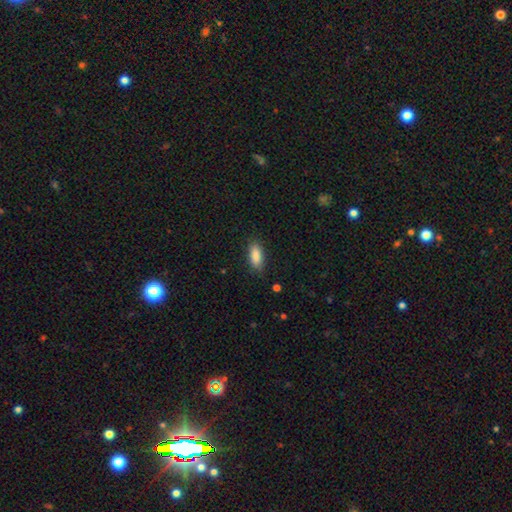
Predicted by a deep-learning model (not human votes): smooth_or_featured: smooth (p=0.88) [alt: star or artifact p=0.07]
how_rounded: in between (p=0.83) [alt: cigar-shaped p=0.15]
merging: none (p=0.84) [alt: minor disturbance p=0.12]